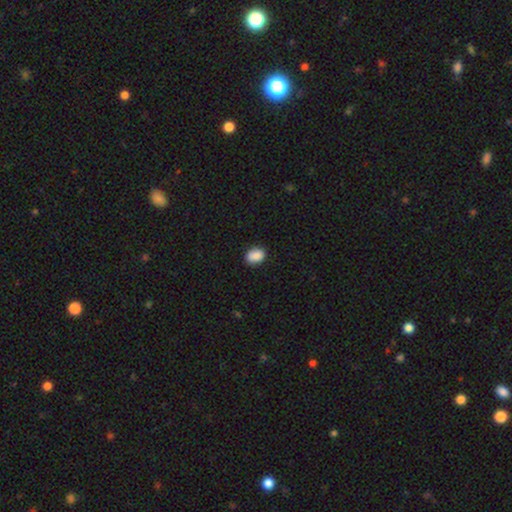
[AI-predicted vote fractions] smooth-or-featured: smooth: 88% | star or artifact: 8% | featured or disk: 4%
  how-rounded: in between: 66% | round: 32% | cigar-shaped: 1%
  merging: none: 84% | minor disturbance: 12% | major disturbance: 2% | merger: 1%